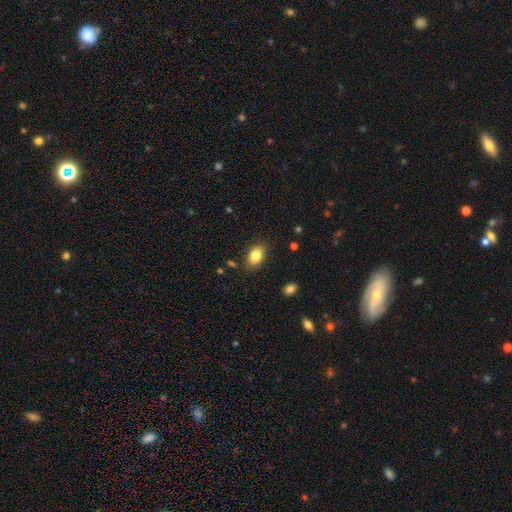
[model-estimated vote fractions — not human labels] smooth-or-featured: smooth: 84% | star or artifact: 8% | featured or disk: 8%
  how-rounded: in between: 85% | round: 13% | cigar-shaped: 2%
  merging: none: 85% | minor disturbance: 11% | major disturbance: 3% | merger: 2%